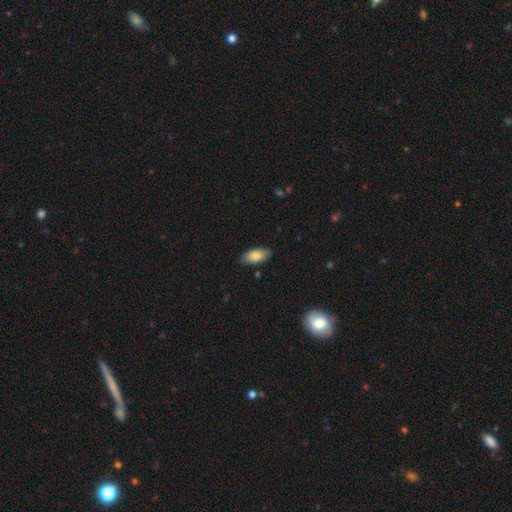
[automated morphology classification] Smooth or featured: smooth — 81% (featured or disk — 13%)
How rounded: in between — 91% (cigar-shaped — 6%)
Merging: none — 86% (minor disturbance — 10%)